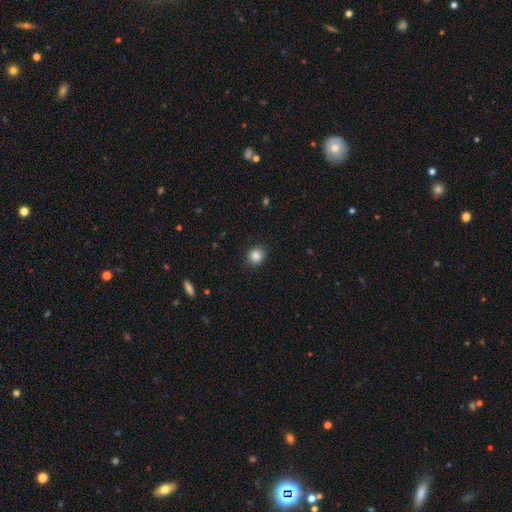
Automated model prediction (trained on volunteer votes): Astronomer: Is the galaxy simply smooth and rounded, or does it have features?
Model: smooth — 85%.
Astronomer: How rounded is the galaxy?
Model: round — 81%.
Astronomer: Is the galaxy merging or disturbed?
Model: none — 89%.